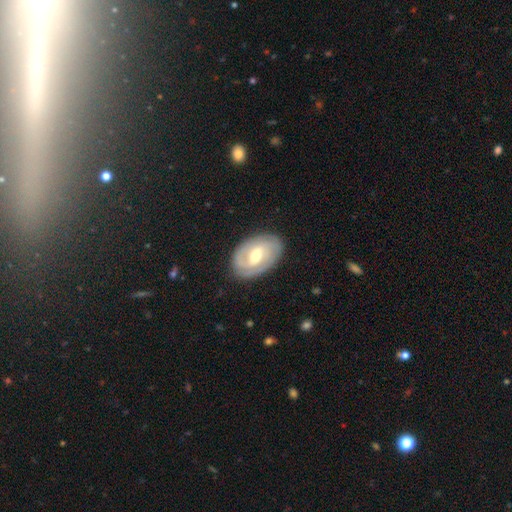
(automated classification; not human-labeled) Morphology: type=featured or disk (73%); edge-on=no (95%); bar=weak (53%); spiral arms=yes (84%); winding=tight (50%); arm count=2 (61%); bulge=moderate (69%); merging=none (82%).